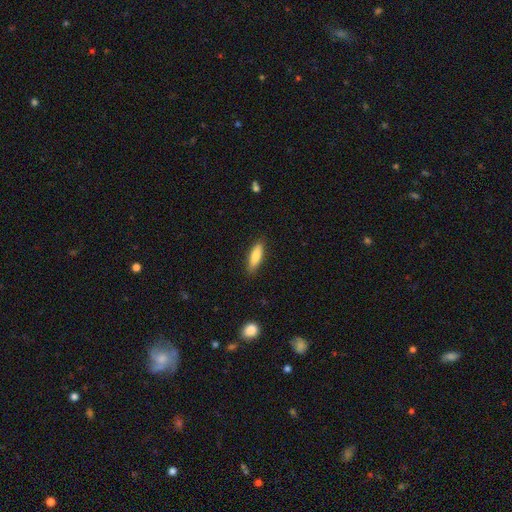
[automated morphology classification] type=smooth (82%); roundness=cigar-shaped (56%); merging=none (86%).